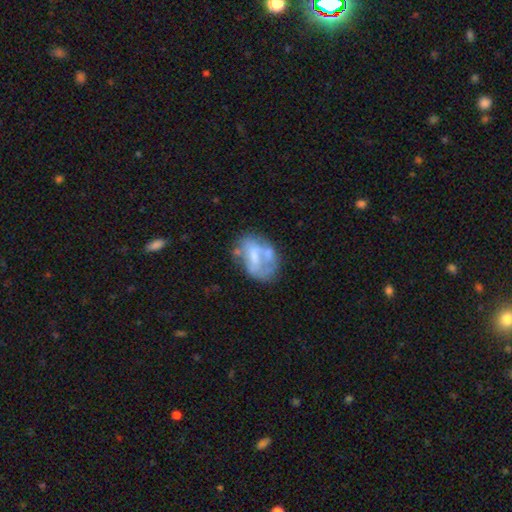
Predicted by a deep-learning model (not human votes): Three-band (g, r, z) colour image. It shows a featured or disk galaxy (54%) with no bar (57%), no spiral arms (81%) and no central bulge (35%). Merging: none (41%).